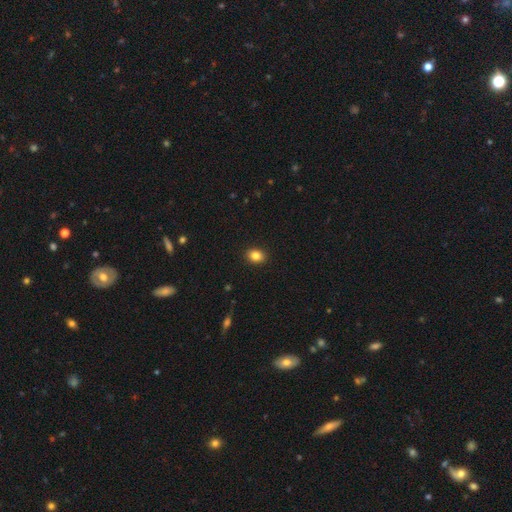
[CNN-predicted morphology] A smooth galaxy with no disk features (85%) that is in between round and cigar-shaped (58%).

Vote fractions:
- Smooth or featured? smooth: 85% / star or artifact: 10% / featured or disk: 6%
- How rounded? in between: 58% / round: 41% / cigar-shaped: 1%
- Merging? none: 91% / minor disturbance: 6% / major disturbance: 2% / merger: 1%